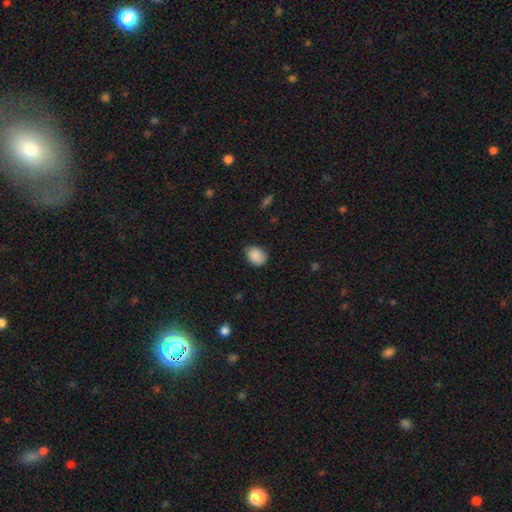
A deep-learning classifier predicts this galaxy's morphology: A smooth galaxy with no disk features (89%) that is in between round and cigar-shaped (59%). Merging: none (78%).